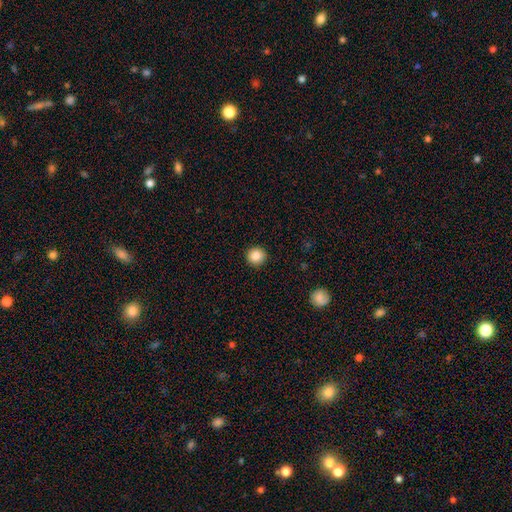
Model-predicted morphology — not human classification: This appears to be a smooth galaxy with no disk features (87%) that is round (93%). Merging: none (92%).